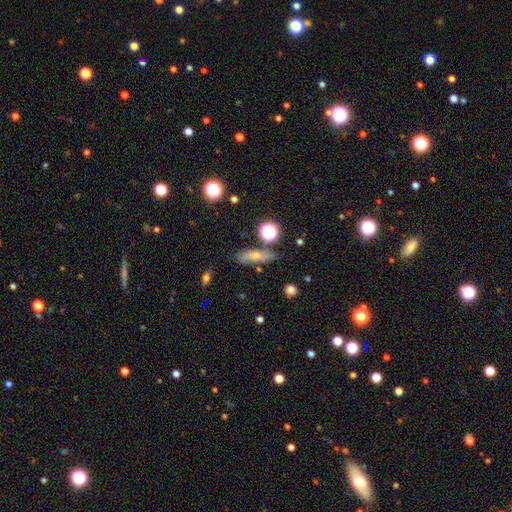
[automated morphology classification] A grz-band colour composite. It shows a smooth galaxy with no disk features (58%) that is cigar-shaped (47%). Merging: none (69%).